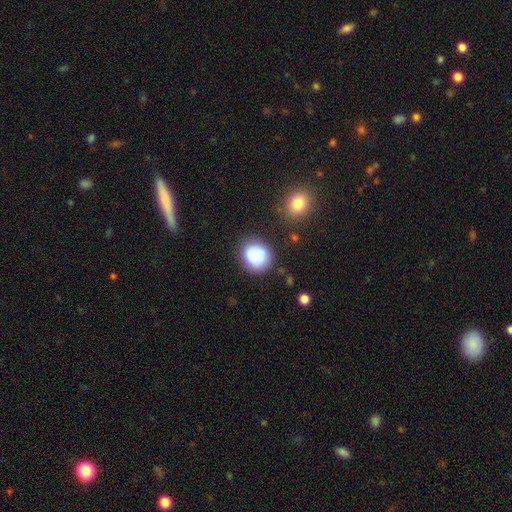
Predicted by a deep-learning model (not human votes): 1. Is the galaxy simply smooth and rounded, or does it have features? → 78% smooth, 13% featured or disk, 9% star or artifact.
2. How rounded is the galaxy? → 85% round, 14% in between, 1% cigar-shaped.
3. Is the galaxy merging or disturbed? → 78% none, 14% minor disturbance, 5% major disturbance, 3% merger.